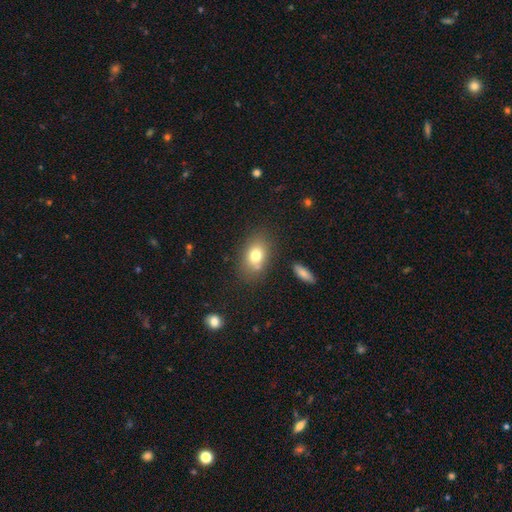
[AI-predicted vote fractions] smooth 76%, featured or disk 13%, star or artifact 10%. Down the decision tree: how rounded — in between (76%); merging — none (72%).